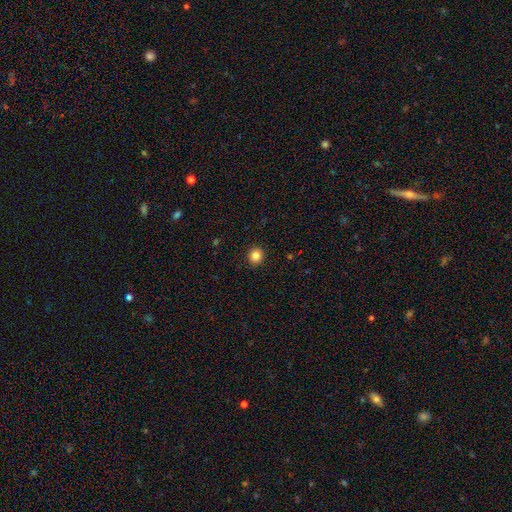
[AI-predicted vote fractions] Smooth or featured?
  - smooth: 85% *
  - star or artifact: 10%
  - featured or disk: 5%
How rounded?
  - round: 83% *
  - in between: 16%
  - cigar-shaped: 1%
Merging?
  - none: 91% *
  - minor disturbance: 7%
  - major disturbance: 2%
  - merger: 1%